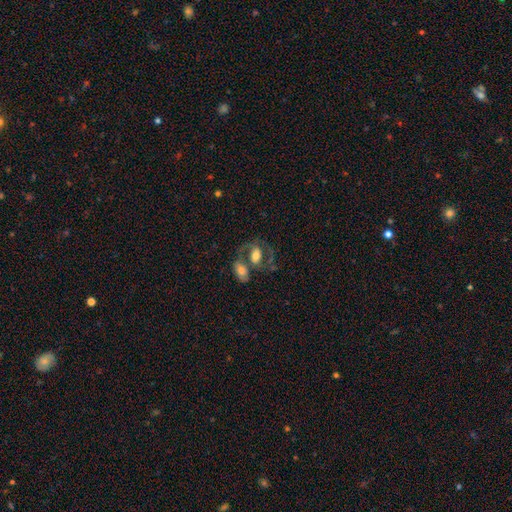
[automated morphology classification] The model was most divided on "smooth or featured": featured or disk: 56%, smooth: 35%, star or artifact: 9%. More confident: edge-on disk — no (94%); spiral arms — yes (70%); bulge size — moderate (54%); bar — no (53%); merging — merger (52%).